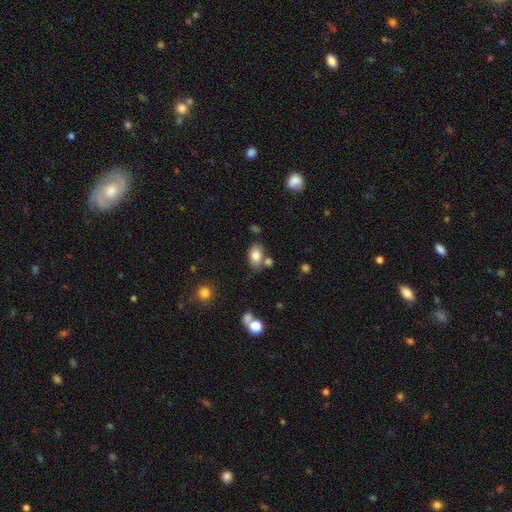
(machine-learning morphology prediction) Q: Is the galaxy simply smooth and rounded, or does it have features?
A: smooth — 81%.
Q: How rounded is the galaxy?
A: in between — 87%.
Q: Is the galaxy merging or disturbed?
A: none — 69%.